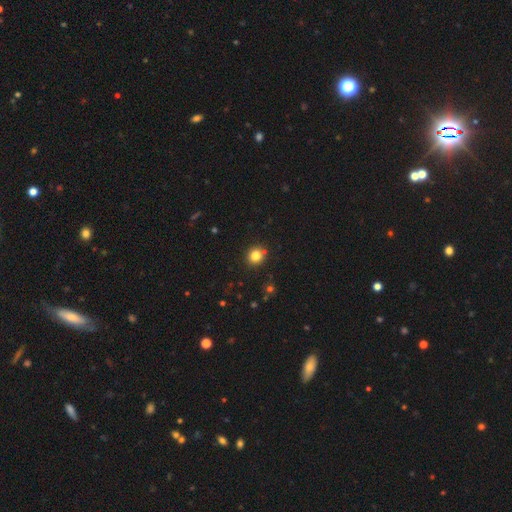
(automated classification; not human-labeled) This appears to be a smooth galaxy with no disk features (83%) that is round (85%). Merging: none (86%).